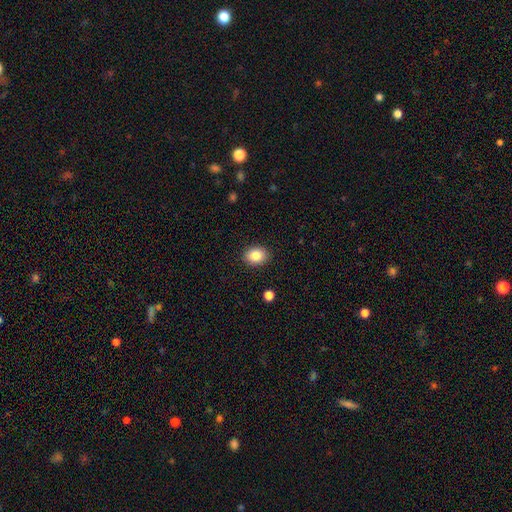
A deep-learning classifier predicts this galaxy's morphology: A smooth galaxy with no disk features (86%) that is in between round and cigar-shaped (63%).

Vote fractions:
- Smooth or featured? smooth: 86% / star or artifact: 8% / featured or disk: 6%
- How rounded? in between: 63% / round: 36% / cigar-shaped: 1%
- Merging? none: 89% / minor disturbance: 8% / major disturbance: 2% / merger: 1%